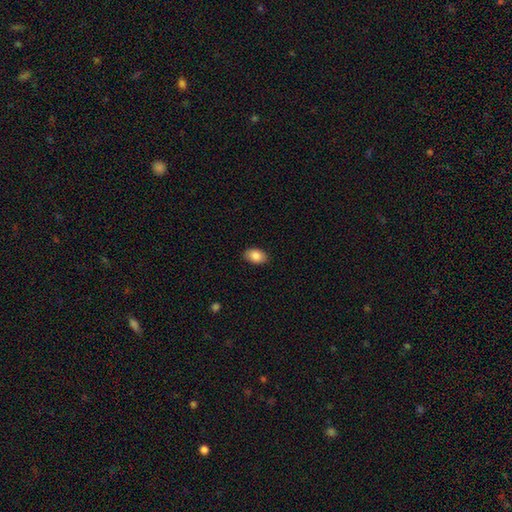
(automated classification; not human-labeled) This appears to be a smooth galaxy with no disk features (87%) that is in between round and cigar-shaped (88%). Merging: none (88%).